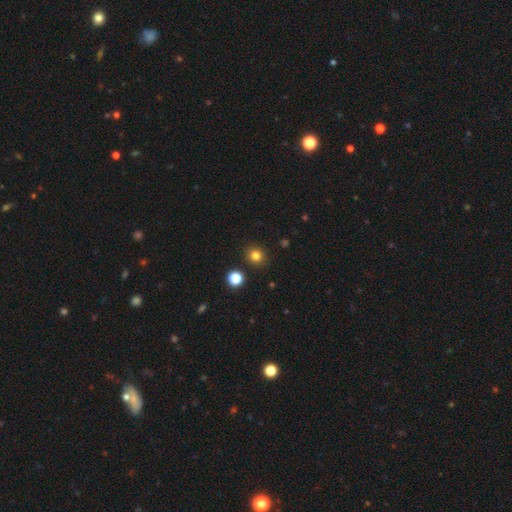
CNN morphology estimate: Smooth or featured?
  - smooth: 80% *
  - star or artifact: 15%
  - featured or disk: 5%
How rounded?
  - round: 84% *
  - in between: 15%
  - cigar-shaped: 1%
Merging?
  - none: 89% *
  - minor disturbance: 6%
  - merger: 2%
  - major disturbance: 2%